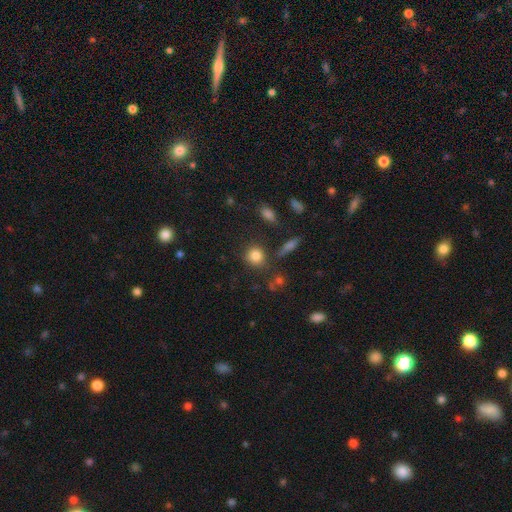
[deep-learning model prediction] This is clearly a smooth galaxy (83%). How rounded: clearly round (81%). Merging: likely none (77%).